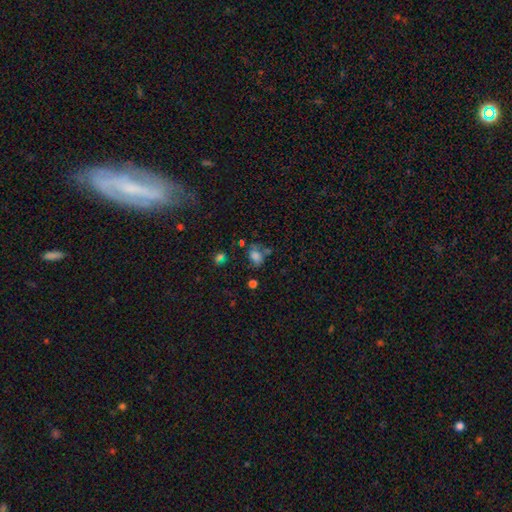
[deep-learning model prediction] Smooth or featured? smooth (68%)
How rounded? in between (65%)
Merging? none (43%)